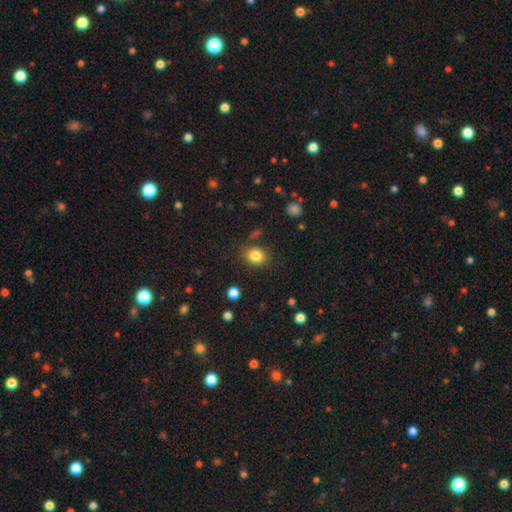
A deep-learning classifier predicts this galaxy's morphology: smooth 83%, star or artifact 11%, featured or disk 6%. Down the decision tree: how rounded — round (56%); merging — none (80%).